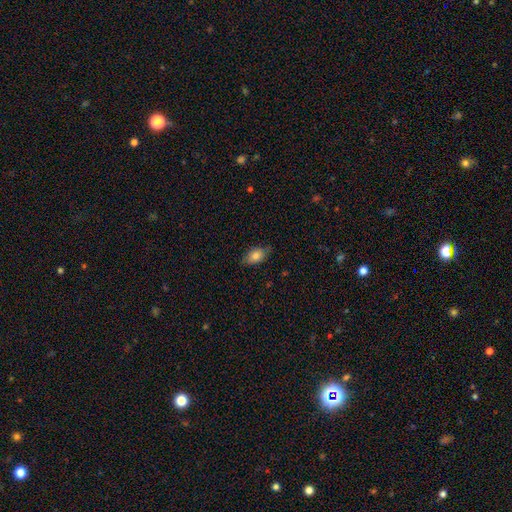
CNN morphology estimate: Smooth or featured?
  - smooth: 80% *
  - featured or disk: 12%
  - star or artifact: 7%
How rounded?
  - in between: 88% *
  - round: 8%
  - cigar-shaped: 4%
Merging?
  - none: 76% *
  - minor disturbance: 19%
  - major disturbance: 3%
  - merger: 1%